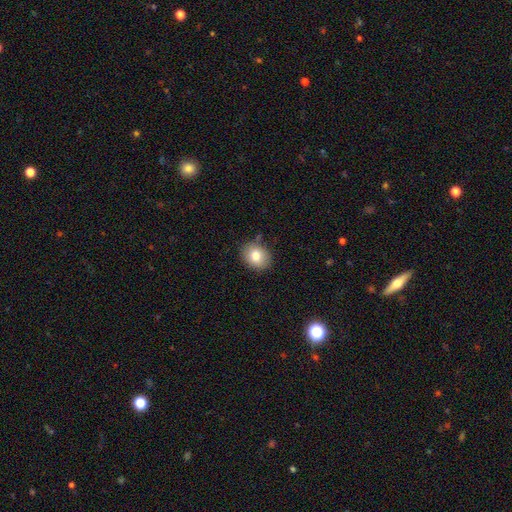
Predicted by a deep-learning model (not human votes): Smooth or featured?
  - smooth: 80% *
  - featured or disk: 11%
  - star or artifact: 9%
How rounded?
  - round: 53% *
  - in between: 46%
  - cigar-shaped: 1%
Merging?
  - none: 84% *
  - minor disturbance: 11%
  - major disturbance: 2%
  - merger: 2%